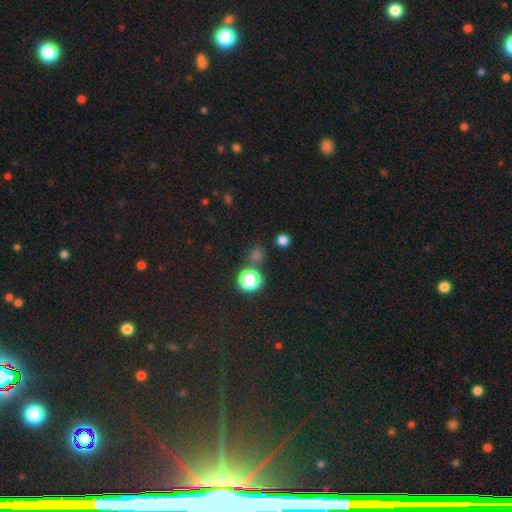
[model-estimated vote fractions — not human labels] A smooth galaxy with no disk features (60%) that is round (88%).

Vote fractions:
- Smooth or featured? smooth: 60% / star or artifact: 34% / featured or disk: 5%
- How rounded? round: 88% / in between: 11% / cigar-shaped: 1%
- Merging? none: 77% / merger: 11% / minor disturbance: 9% / major disturbance: 4%